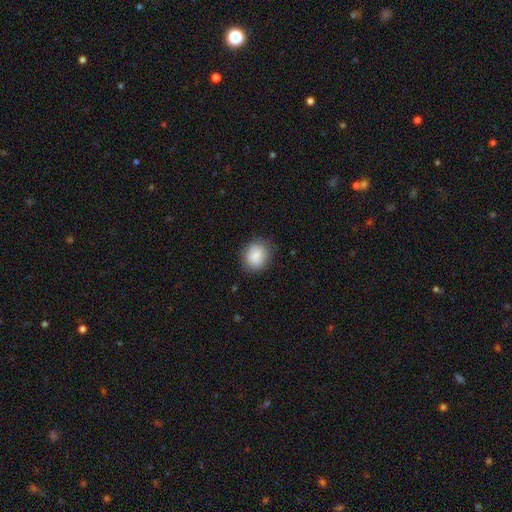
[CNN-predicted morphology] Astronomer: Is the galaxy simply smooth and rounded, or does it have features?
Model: smooth — 87%.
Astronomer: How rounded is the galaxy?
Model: round — 61% (runner-up: in between, 38%).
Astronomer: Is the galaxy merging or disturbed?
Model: none — 82%.